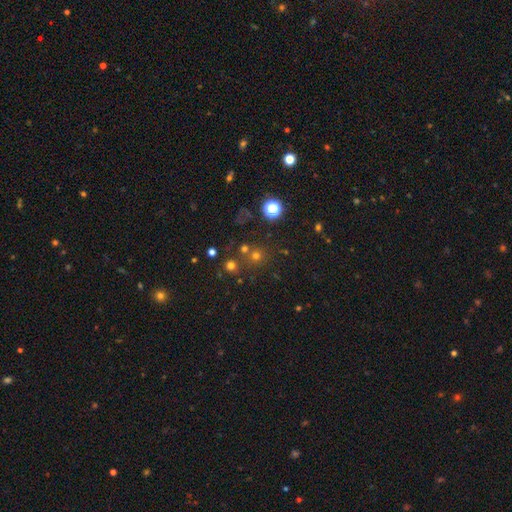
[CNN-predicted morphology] type=smooth (55%); roundness=round (92%); merging=none (71%).